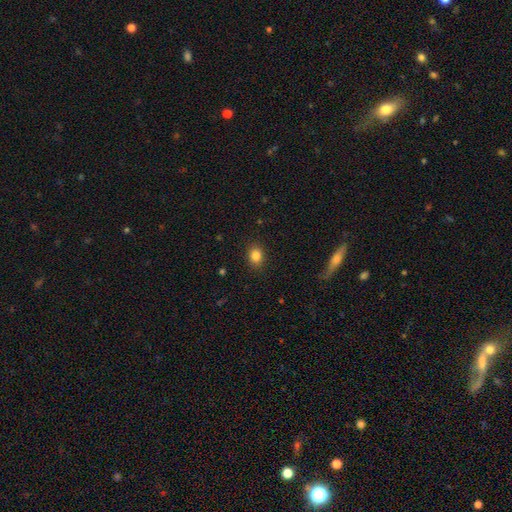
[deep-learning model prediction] This appears to be a smooth galaxy with no disk features (84%) that is in between round and cigar-shaped (55%). Merging: none (88%).